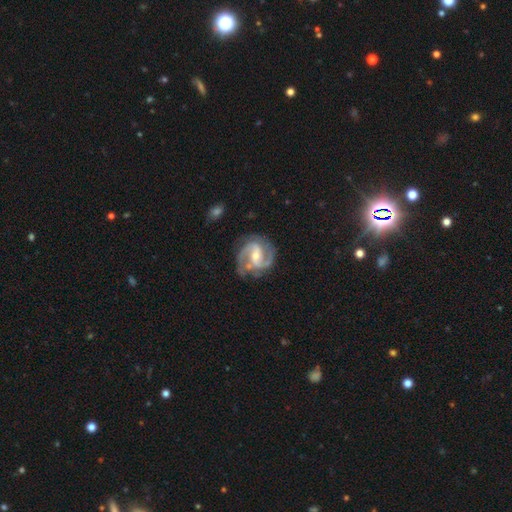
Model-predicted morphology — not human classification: This appears to be a featured or disk galaxy (91%) with a weak bar (46%), 2 (82%) medium (58%) spiral arms (98%) and a small central bulge (50%). Merging: none (75%).